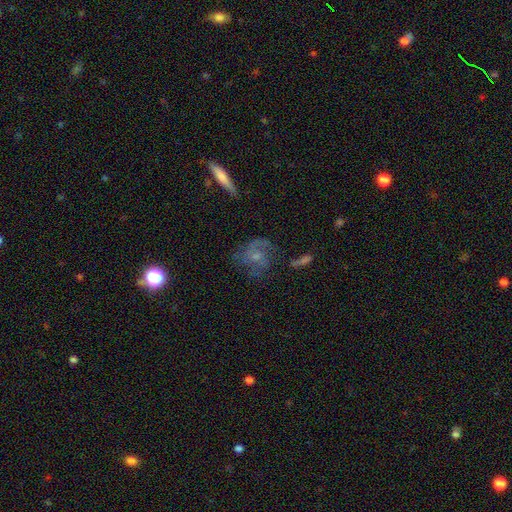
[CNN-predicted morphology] A featured or disk galaxy (64%) with no bar (68%), spiral arms (78%) and a small central bulge (48%).

Vote fractions:
- Smooth or featured? featured or disk: 64% / smooth: 25% / star or artifact: 10%
- Edge-on disk? no: 96% / yes: 4%
- Bar? no: 68% / weak: 28% / strong: 5%
- Spiral arms? yes: 78% / no: 22%
- Bulge size? small: 48% / moderate: 34% / none: 14% / large: 3% / dominant: 1%
- Merging? none: 53% / minor disturbance: 21% / major disturbance: 21% / merger: 4%